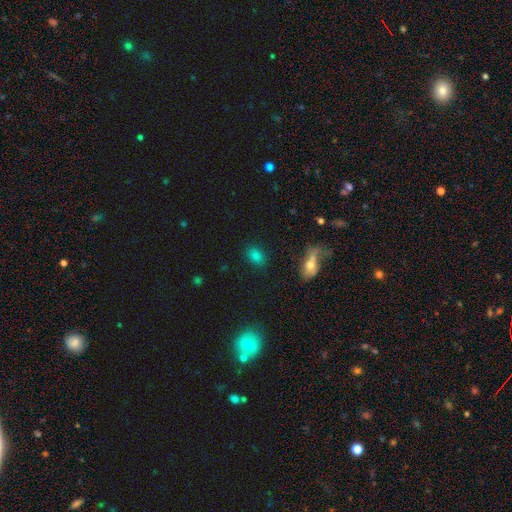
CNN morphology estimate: type=smooth (79%); roundness=in between (79%); merging=none (82%).